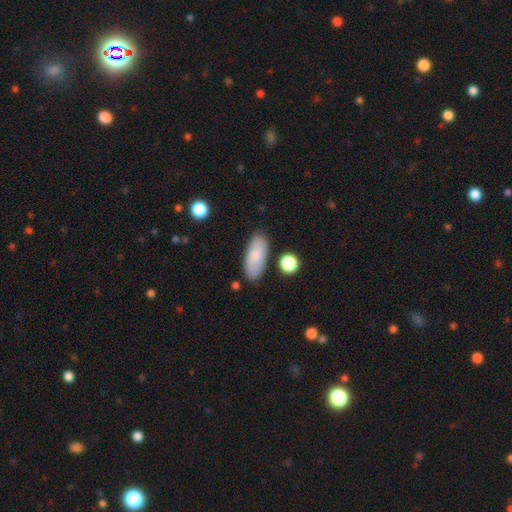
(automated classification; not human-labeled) Smooth or featured: smooth — 82% (featured or disk — 12%)
How rounded: in between — 83% (cigar-shaped — 15%)
Merging: none — 82% (minor disturbance — 12%)